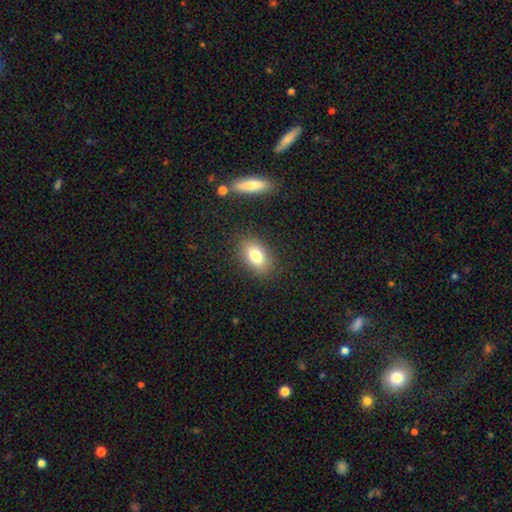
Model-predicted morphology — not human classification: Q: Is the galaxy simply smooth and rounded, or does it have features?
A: smooth — 79%.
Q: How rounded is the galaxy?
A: in between — 84%.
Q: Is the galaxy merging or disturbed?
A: none — 85%.